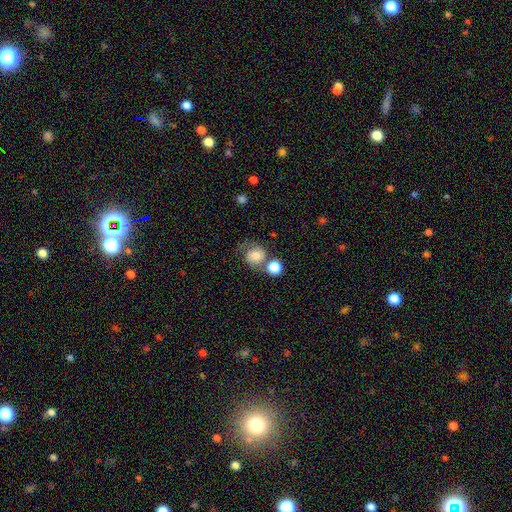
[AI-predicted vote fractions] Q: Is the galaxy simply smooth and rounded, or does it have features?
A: smooth — 63%.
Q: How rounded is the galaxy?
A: round — 79%.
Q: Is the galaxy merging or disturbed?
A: none — 41%.